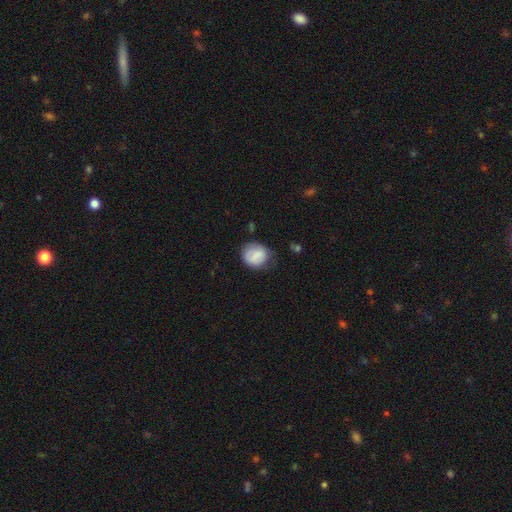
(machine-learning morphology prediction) Overall: smooth (76%). How rounded: round (74%). Merging: none (63%; minor disturbance 26%).